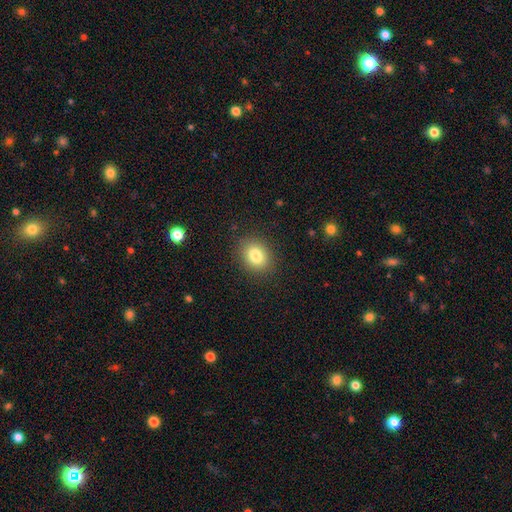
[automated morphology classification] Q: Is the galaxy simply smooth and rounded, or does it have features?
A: smooth — 82%.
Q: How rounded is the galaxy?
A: in between — 58%.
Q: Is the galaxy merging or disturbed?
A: none — 87%.